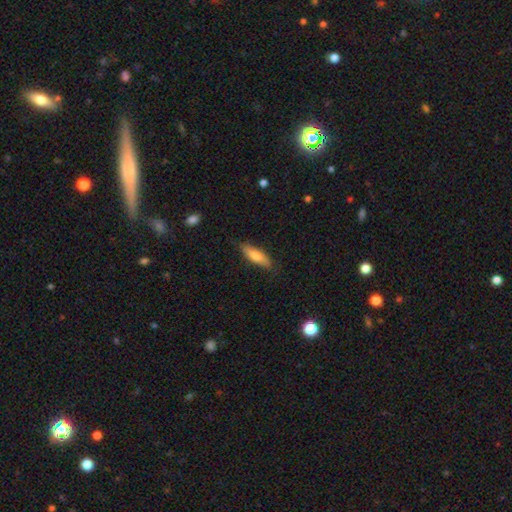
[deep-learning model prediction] Morphology: type=smooth (69%); roundness=cigar-shaped (60%); merging=none (81%).